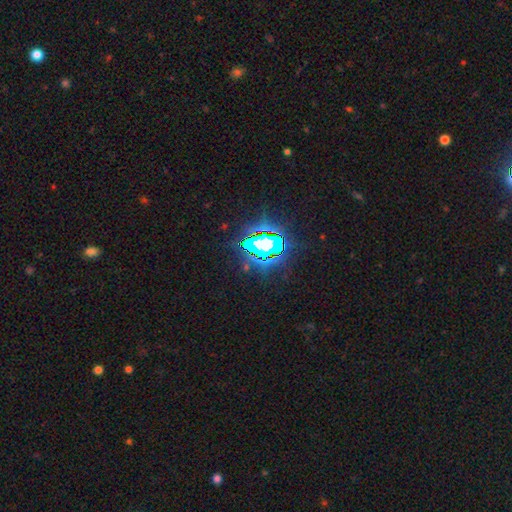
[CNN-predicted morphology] Overall: star or artifact (82%).